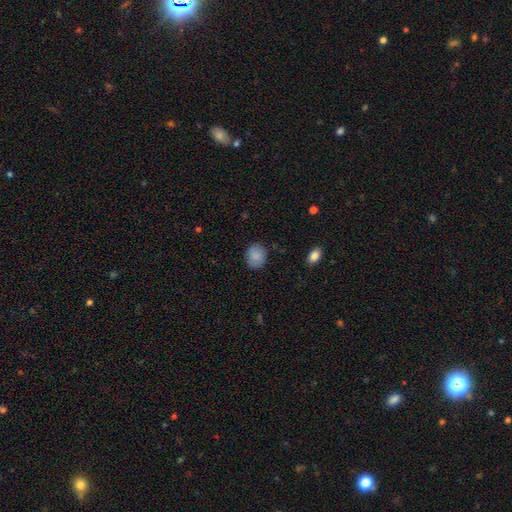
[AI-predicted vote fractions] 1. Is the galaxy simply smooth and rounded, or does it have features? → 88% smooth, 8% star or artifact, 5% featured or disk.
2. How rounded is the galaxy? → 70% round, 30% in between, 1% cigar-shaped.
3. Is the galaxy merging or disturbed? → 85% none, 11% minor disturbance, 3% major disturbance, 1% merger.